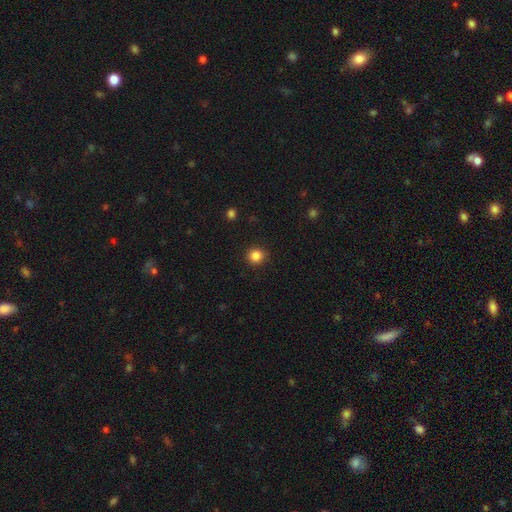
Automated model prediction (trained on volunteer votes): Smooth or featured?
  - smooth: 85% *
  - star or artifact: 11%
  - featured or disk: 4%
How rounded?
  - round: 91% *
  - in between: 8%
  - cigar-shaped: 1%
Merging?
  - none: 90% *
  - minor disturbance: 7%
  - major disturbance: 2%
  - merger: 1%